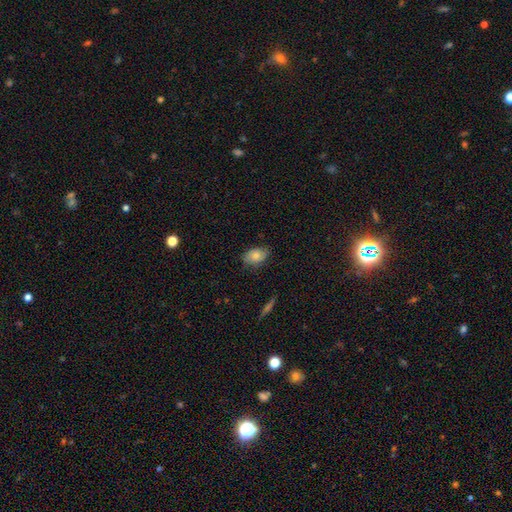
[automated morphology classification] This appears to be a smooth galaxy with no disk features (75%) that is in between round and cigar-shaped (86%). Merging: none (72%).